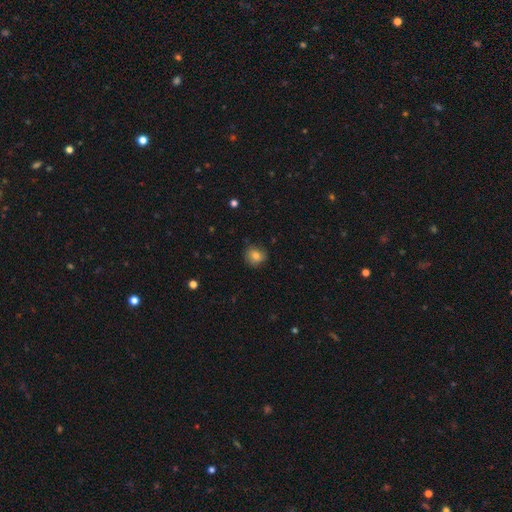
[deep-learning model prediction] smooth_or_featured: smooth (p=0.78) [alt: star or artifact p=0.11]
how_rounded: round (p=0.83) [alt: in between p=0.16]
merging: none (p=0.77) [alt: minor disturbance p=0.18]